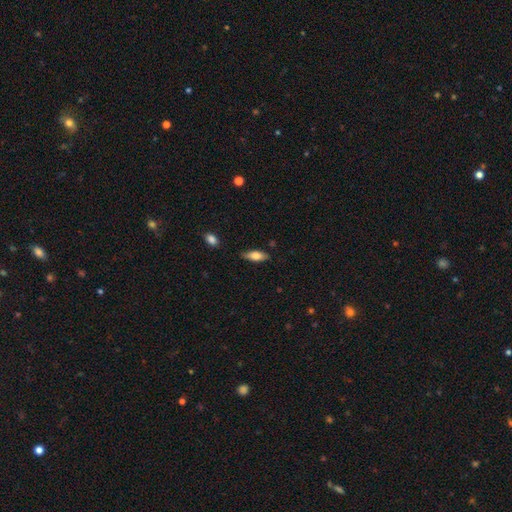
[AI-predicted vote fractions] Smooth or featured?
  - smooth: 73% *
  - featured or disk: 21%
  - star or artifact: 6%
How rounded?
  - in between: 72% *
  - cigar-shaped: 26%
  - round: 2%
Merging?
  - none: 81% *
  - minor disturbance: 14%
  - major disturbance: 3%
  - merger: 2%